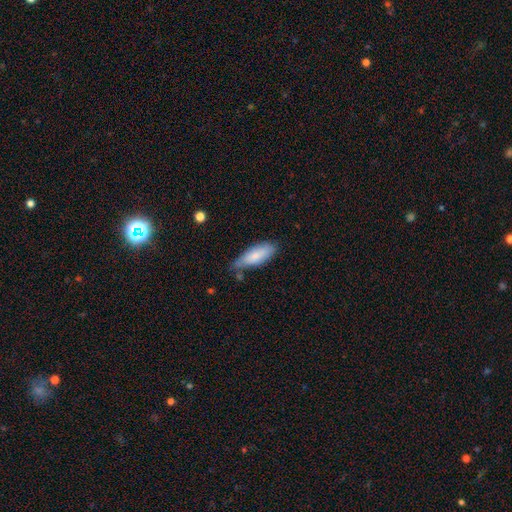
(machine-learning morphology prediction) Smooth or featured? Predicted: smooth (p=0.80). How rounded? Predicted: in between (p=0.68). Merging? Predicted: none (p=0.56).